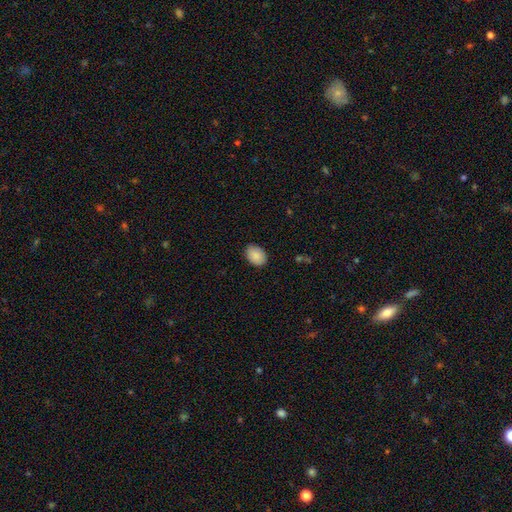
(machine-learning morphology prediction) Overall: smooth (89%). How rounded: in between (79%). Merging: none (86%).